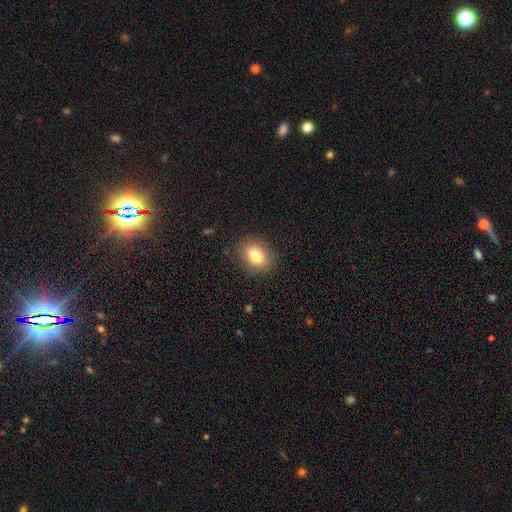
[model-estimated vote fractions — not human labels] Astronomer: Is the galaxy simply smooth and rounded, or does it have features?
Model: smooth — 83%.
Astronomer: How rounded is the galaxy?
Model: in between — 76%.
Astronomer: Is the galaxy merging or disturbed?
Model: none — 85%.